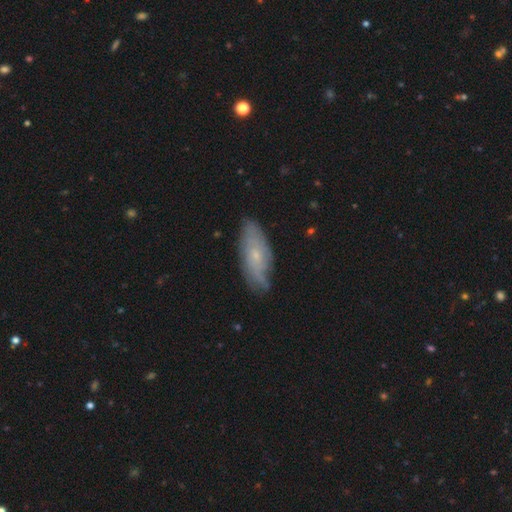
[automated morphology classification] Smooth or featured? Predicted: featured or disk (p=0.52). Edge-on disk? Predicted: no (p=0.82). Merging? Predicted: none (p=0.73).